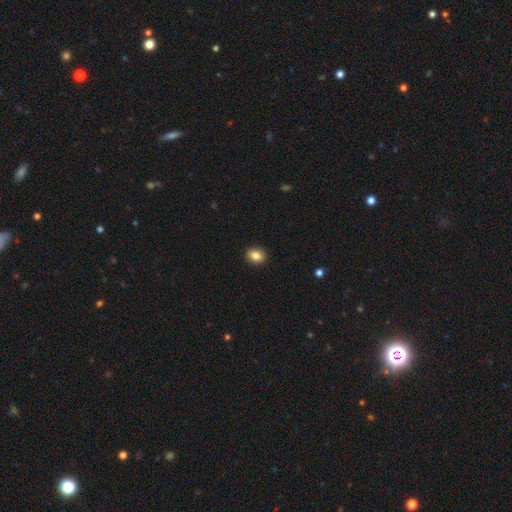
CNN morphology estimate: This appears to be a smooth galaxy with no disk features (85%) that is in between round and cigar-shaped (53%). Merging: none (91%).